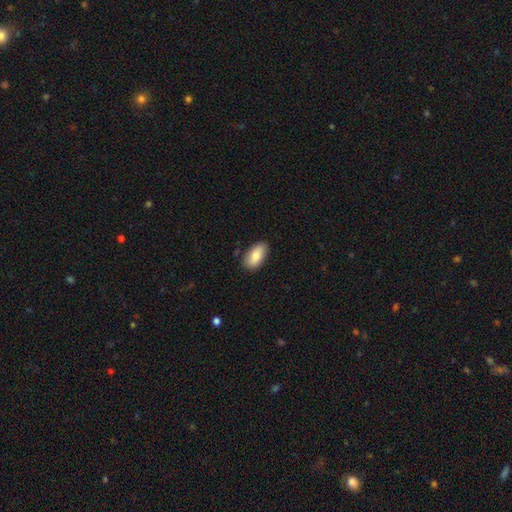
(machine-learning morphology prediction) smooth-or-featured: smooth: 81% | featured or disk: 12% | star or artifact: 6%
  how-rounded: in between: 93% | round: 3% | cigar-shaped: 3%
  merging: none: 83% | minor disturbance: 13% | major disturbance: 2% | merger: 1%